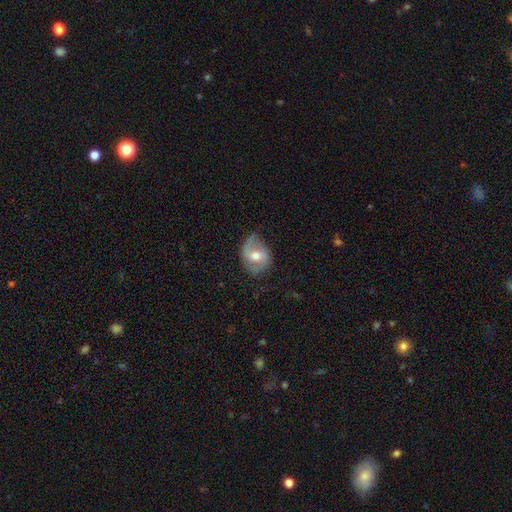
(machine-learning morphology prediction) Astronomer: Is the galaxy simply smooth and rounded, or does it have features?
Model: featured or disk — 62%.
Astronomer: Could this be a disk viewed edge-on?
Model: no — 96%.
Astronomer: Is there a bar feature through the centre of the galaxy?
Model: weak — 44% (runner-up: no, 38%).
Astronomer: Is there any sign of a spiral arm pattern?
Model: yes — 83%.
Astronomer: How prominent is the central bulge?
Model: moderate — 73%.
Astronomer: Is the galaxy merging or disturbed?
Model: none — 63%.